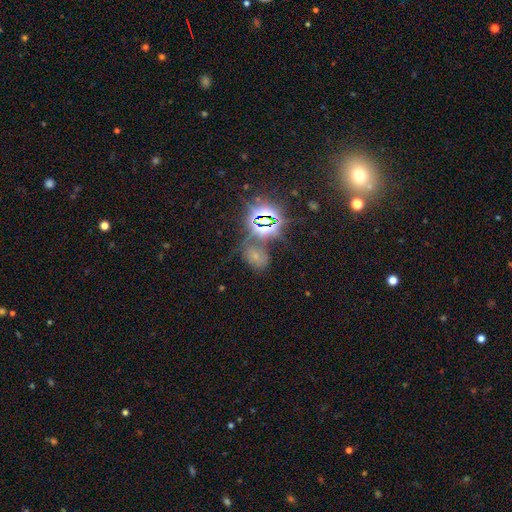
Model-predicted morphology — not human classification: Smooth or featured?
  - star or artifact: 53% *
  - smooth: 33%
  - featured or disk: 14%